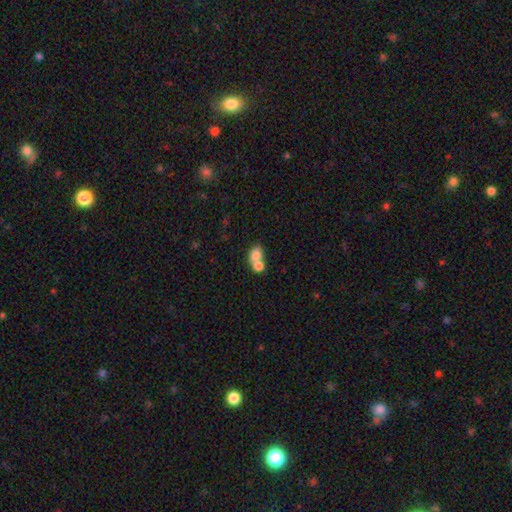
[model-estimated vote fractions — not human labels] Smooth or featured?
  - smooth: 77% *
  - featured or disk: 14%
  - star or artifact: 9%
How rounded?
  - in between: 61% *
  - round: 38%
  - cigar-shaped: 2%
Merging?
  - merger: 66% *
  - none: 24%
  - minor disturbance: 6%
  - major disturbance: 3%